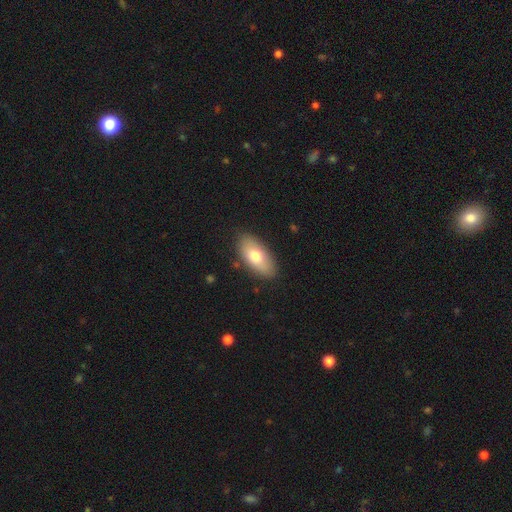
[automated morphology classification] Q: Smooth or featured?
A: smooth (74%); runner-up: featured or disk (20%)
Q: How rounded?
A: in between (91%); runner-up: cigar-shaped (6%)
Q: Merging?
A: none (84%); runner-up: minor disturbance (12%)